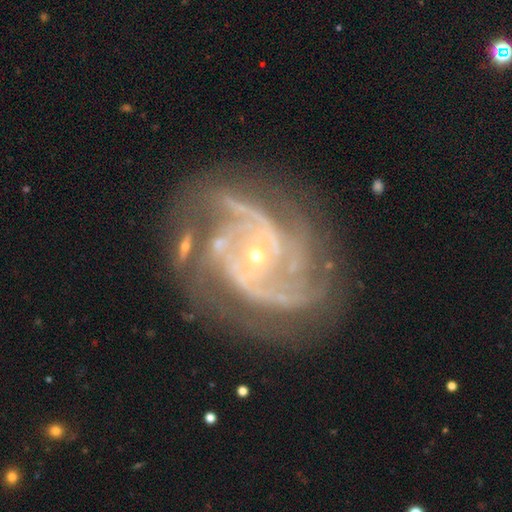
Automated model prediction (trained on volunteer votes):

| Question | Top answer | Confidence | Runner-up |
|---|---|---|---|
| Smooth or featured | featured or disk | 91% | star or artifact (6%) |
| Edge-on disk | no | 98% | yes (2%) |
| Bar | no | 61% | weak (28%) |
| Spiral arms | yes | 98% | no (2%) |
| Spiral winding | tight | 46% | medium (45%) |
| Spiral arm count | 3 | 31% | 2 (22%) |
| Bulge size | small | 84% | moderate (12%) |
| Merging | none | 66% | minor disturbance (19%) |